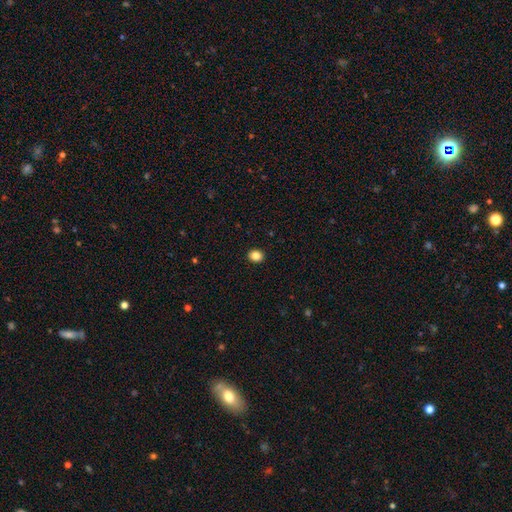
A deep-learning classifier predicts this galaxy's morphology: smooth-or-featured: smooth: 86% | star or artifact: 10% | featured or disk: 4%
  how-rounded: round: 61% | in between: 38% | cigar-shaped: 1%
  merging: none: 92% | minor disturbance: 5% | major disturbance: 2% | merger: 1%